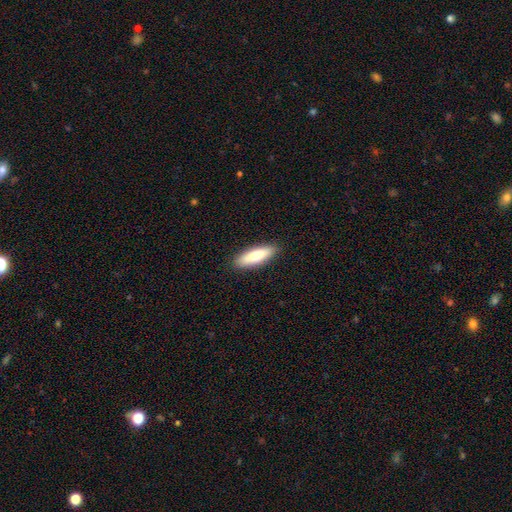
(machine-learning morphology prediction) smooth-or-featured: smooth: 81% | featured or disk: 13% | star or artifact: 6%
  how-rounded: cigar-shaped: 51% | in between: 47% | round: 2%
  merging: none: 89% | minor disturbance: 8% | major disturbance: 2% | merger: 1%